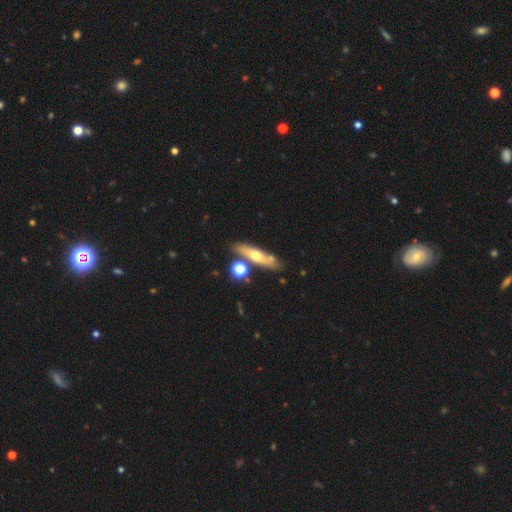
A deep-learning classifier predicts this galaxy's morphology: type=featured or disk (51%); edge-on=yes (67%); merging=none (73%).